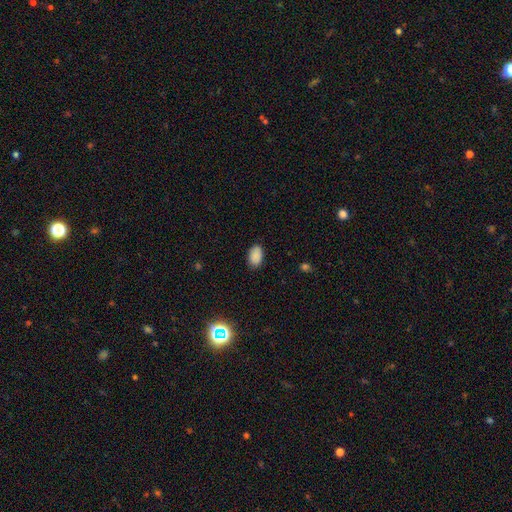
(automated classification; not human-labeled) Smooth or featured? smooth (87%)
How rounded? in between (90%)
Merging? none (85%)